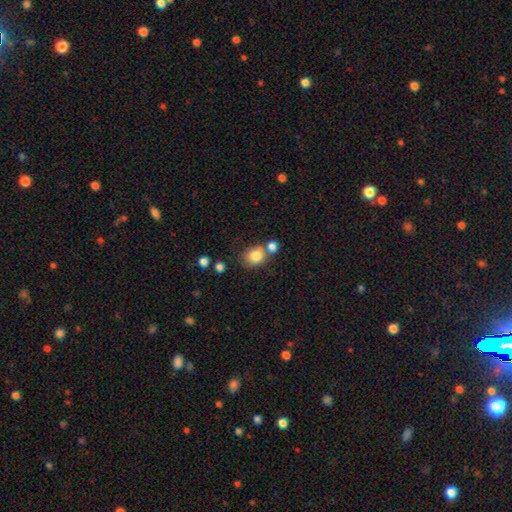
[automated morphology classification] smooth_or_featured: smooth (p=0.82) [alt: star or artifact p=0.10]
how_rounded: round (p=0.61) [alt: in between p=0.38]
merging: none (p=0.51) [alt: merger p=0.30]